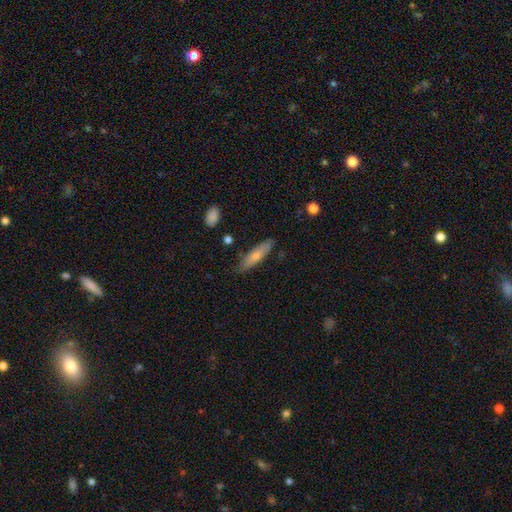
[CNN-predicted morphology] smooth 65%, featured or disk 29%, star or artifact 6%. Down the decision tree: how rounded — cigar-shaped (72%); merging — none (78%).